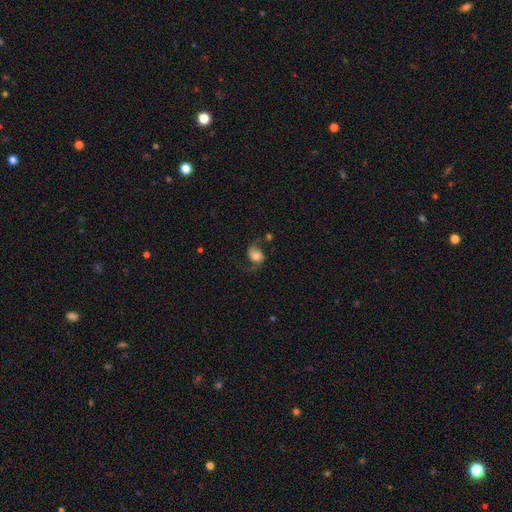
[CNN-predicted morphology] The model was most divided on "smooth or featured": featured or disk: 47%, smooth: 43%, star or artifact: 10%. More confident: merging — none (54%).